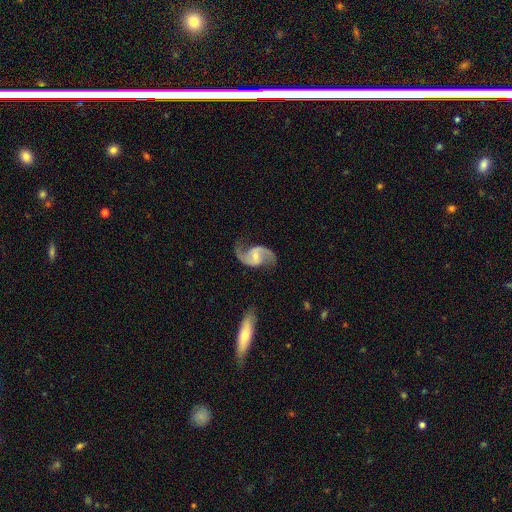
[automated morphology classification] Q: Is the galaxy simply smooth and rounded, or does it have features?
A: featured or disk — 91%.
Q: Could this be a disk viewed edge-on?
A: no — 98%.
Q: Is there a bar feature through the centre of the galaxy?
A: weak — 51%.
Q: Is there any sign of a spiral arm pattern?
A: yes — 97%.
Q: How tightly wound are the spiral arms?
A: loose — 54%.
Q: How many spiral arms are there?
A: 2 — 94%.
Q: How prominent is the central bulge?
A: small — 55%.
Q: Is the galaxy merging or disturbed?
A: none — 77%.